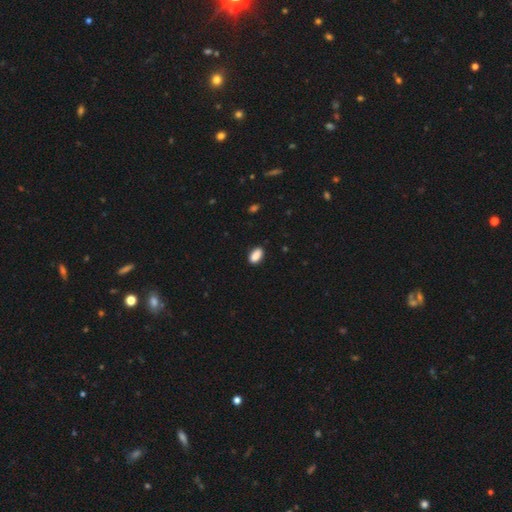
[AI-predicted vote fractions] smooth-or-featured: smooth: 89% | star or artifact: 7% | featured or disk: 4%
  how-rounded: in between: 90% | round: 5% | cigar-shaped: 5%
  merging: none: 85% | minor disturbance: 11% | major disturbance: 2% | merger: 1%